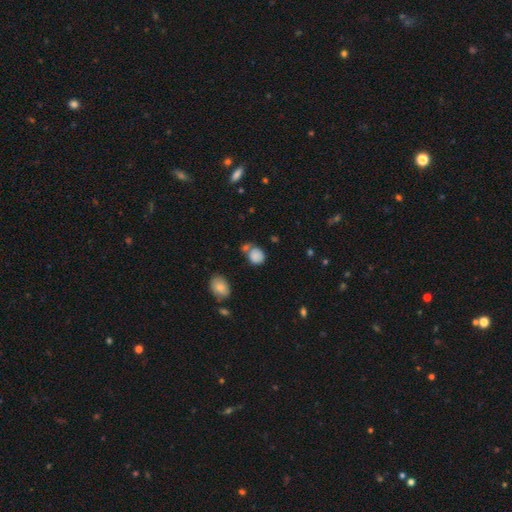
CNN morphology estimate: Overall: smooth (83%). How rounded: round (69%; in between 30%). Merging: none (52%; merger 22%).